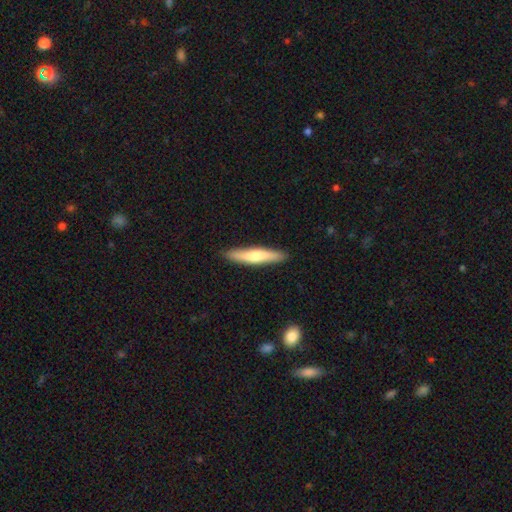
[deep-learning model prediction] This appears to be a smooth galaxy with no disk features (61%) that is cigar-shaped (89%). Merging: none (90%).